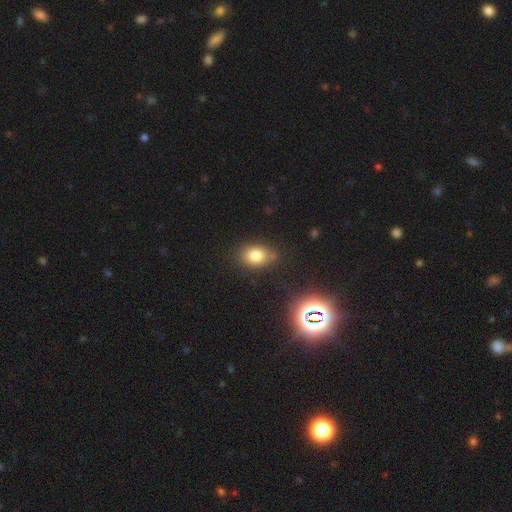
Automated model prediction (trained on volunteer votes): Smooth or featured: smooth — 81% (star or artifact — 12%)
How rounded: in between — 77% (round — 21%)
Merging: none — 76% (minor disturbance — 17%)